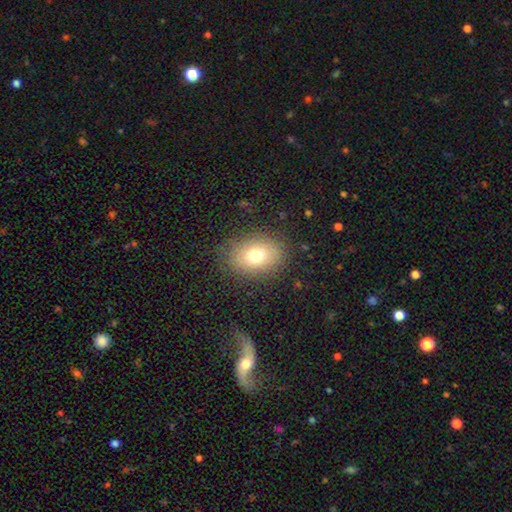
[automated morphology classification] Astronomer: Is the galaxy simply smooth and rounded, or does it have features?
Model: smooth — 73%.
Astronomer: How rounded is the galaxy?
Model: in between — 58% (runner-up: round, 41%).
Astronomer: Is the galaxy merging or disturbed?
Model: none — 83%.